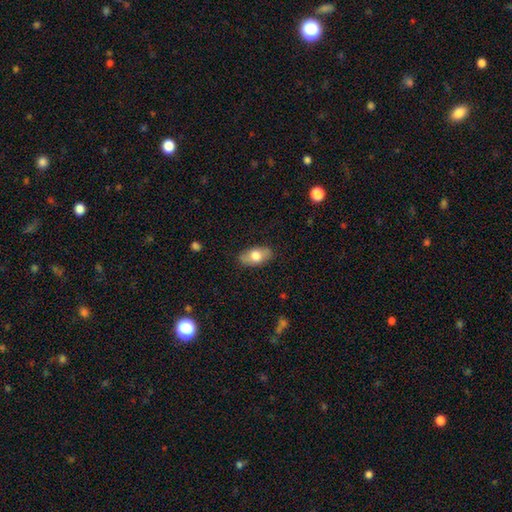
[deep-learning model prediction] Q: Smooth or featured?
A: smooth (72%); runner-up: featured or disk (22%)
Q: How rounded?
A: in between (90%); runner-up: round (5%)
Q: Merging?
A: none (83%); runner-up: minor disturbance (12%)